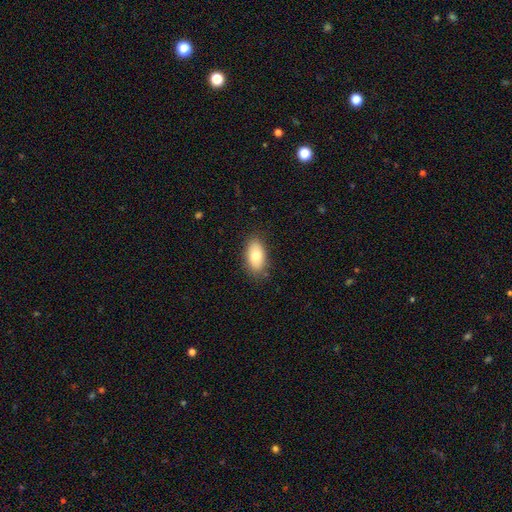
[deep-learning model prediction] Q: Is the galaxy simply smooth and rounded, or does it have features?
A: smooth — 77%.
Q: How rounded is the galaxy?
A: in between — 92%.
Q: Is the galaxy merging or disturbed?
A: none — 84%.